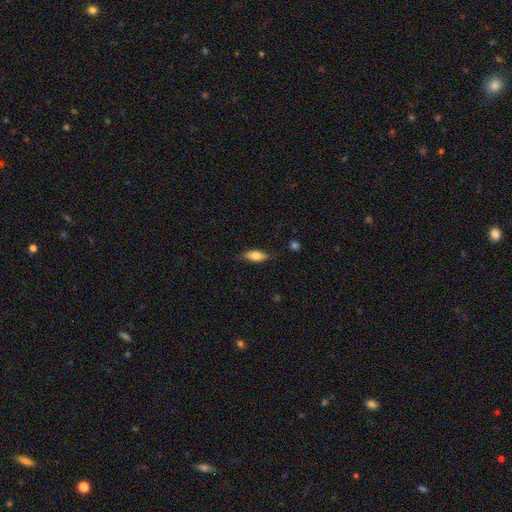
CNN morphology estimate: Smooth or featured? Predicted: smooth (p=0.77). How rounded? Predicted: in between (p=0.80). Merging? Predicted: none (p=0.79).